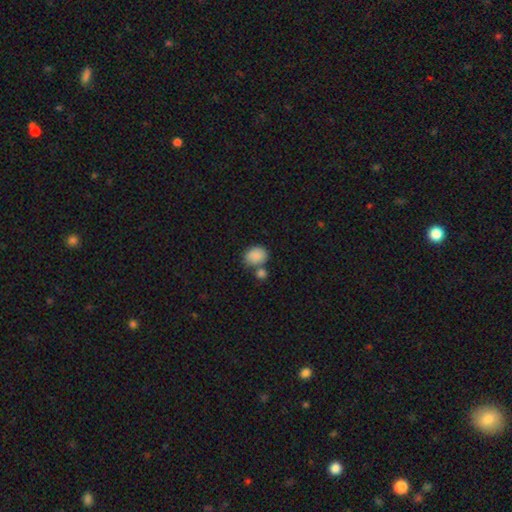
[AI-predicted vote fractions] Smooth or featured? smooth (87%)
How rounded? in between (63%)
Merging? none (55%)